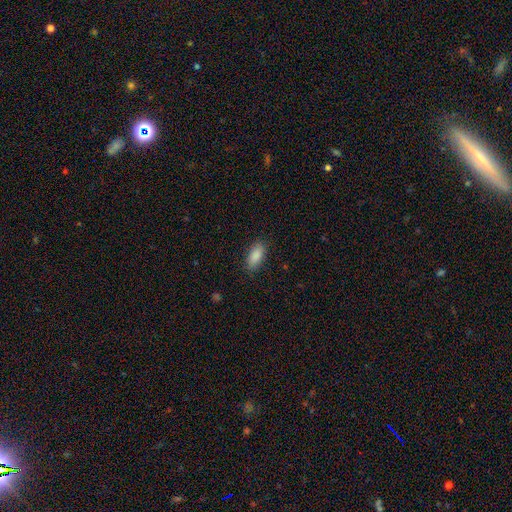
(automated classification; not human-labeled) Smooth or featured: smooth — 88% (star or artifact — 7%)
How rounded: in between — 85% (cigar-shaped — 13%)
Merging: none — 86% (minor disturbance — 10%)